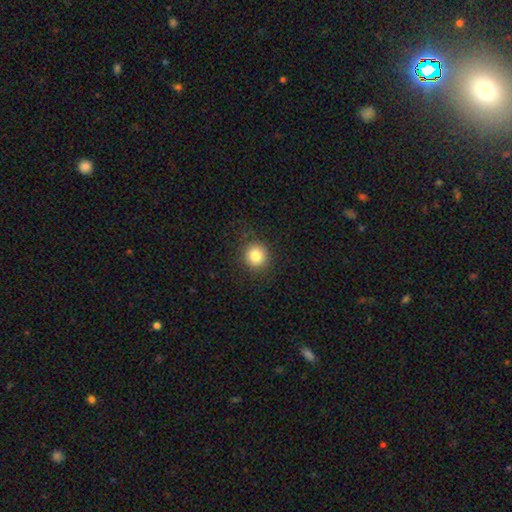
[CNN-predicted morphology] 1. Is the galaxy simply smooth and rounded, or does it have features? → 83% smooth, 11% star or artifact, 6% featured or disk.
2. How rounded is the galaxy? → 92% round, 7% in between, 1% cigar-shaped.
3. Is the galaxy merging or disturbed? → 89% none, 7% minor disturbance, 2% major disturbance, 1% merger.